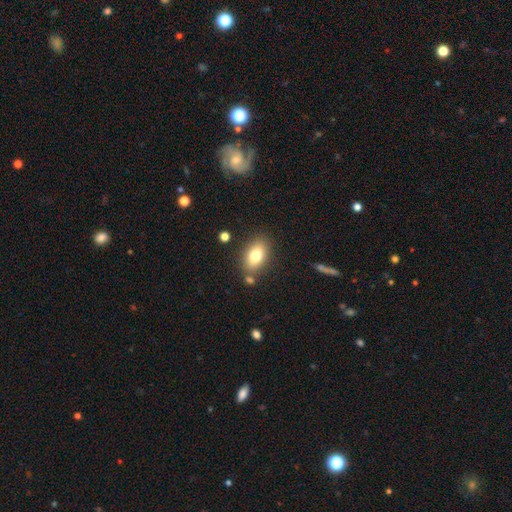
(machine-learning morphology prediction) The model was most divided on "smooth or featured": smooth: 77%, featured or disk: 15%, star or artifact: 9%. More confident: how rounded — in between (87%); merging — none (79%).